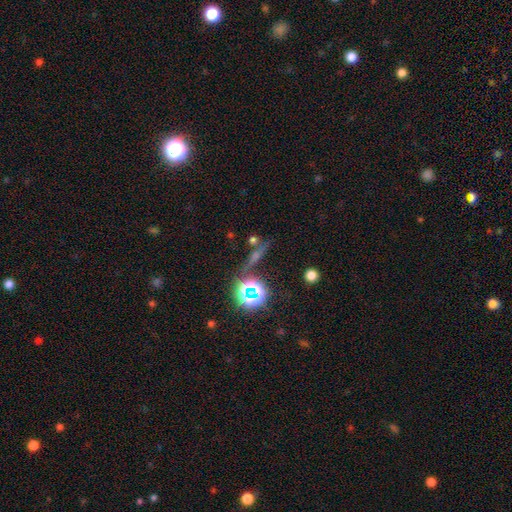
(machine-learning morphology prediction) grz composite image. It shows a star or artifact, not a galaxy (50%).